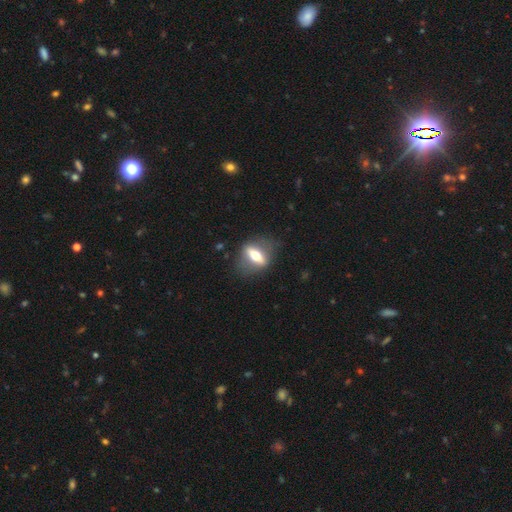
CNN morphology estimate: The model was most divided on "smooth or featured": featured or disk: 59%, smooth: 33%, star or artifact: 8%. More confident: merging — none (79%); edge-on disk — yes (63%).